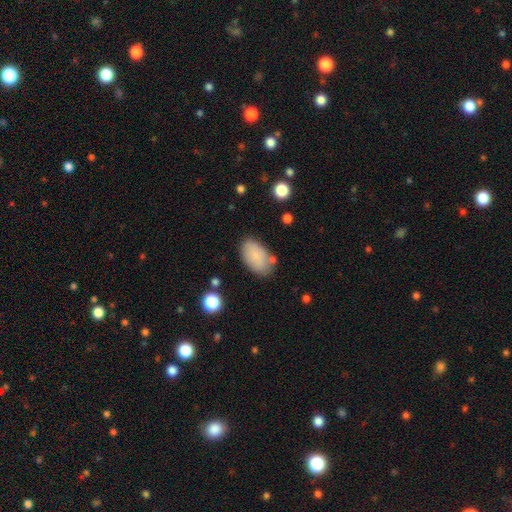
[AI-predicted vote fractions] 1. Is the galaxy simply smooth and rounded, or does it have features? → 83% smooth, 9% featured or disk, 7% star or artifact.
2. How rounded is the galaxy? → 94% in between, 5% round, 1% cigar-shaped.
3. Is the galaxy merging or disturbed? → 73% none, 17% minor disturbance, 5% merger, 4% major disturbance.